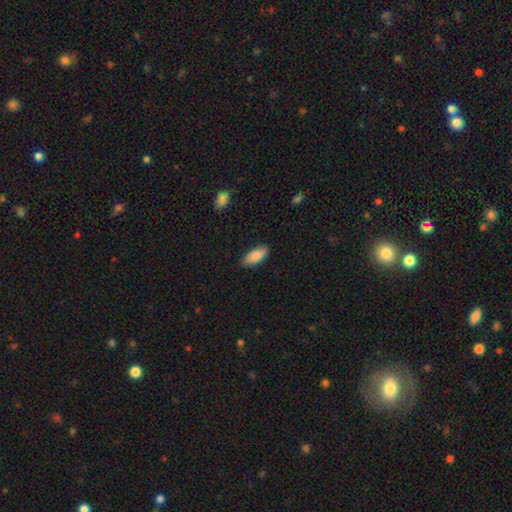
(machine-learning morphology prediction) Smooth or featured: smooth — 87% (featured or disk — 7%)
How rounded: in between — 85% (cigar-shaped — 13%)
Merging: none — 86% (minor disturbance — 11%)